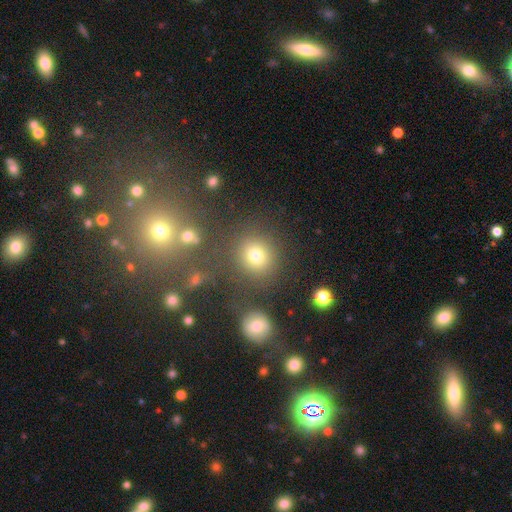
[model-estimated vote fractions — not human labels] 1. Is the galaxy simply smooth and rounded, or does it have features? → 74% smooth, 17% star or artifact, 8% featured or disk.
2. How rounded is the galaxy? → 86% round, 13% in between, 1% cigar-shaped.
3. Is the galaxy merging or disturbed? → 79% none, 9% minor disturbance, 8% merger, 5% major disturbance.